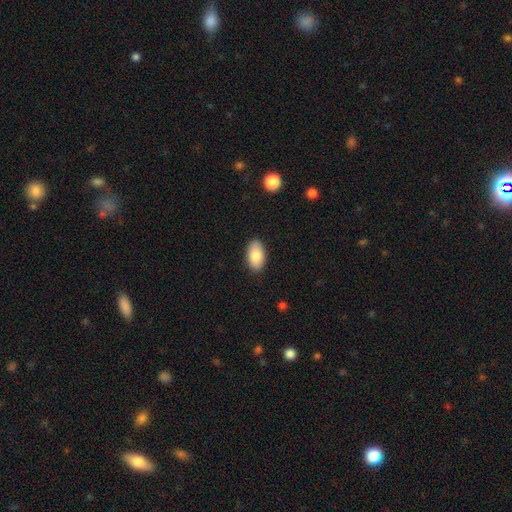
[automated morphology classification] Smooth or featured?
  - smooth: 85% *
  - featured or disk: 8%
  - star or artifact: 6%
How rounded?
  - in between: 95% *
  - round: 3%
  - cigar-shaped: 2%
Merging?
  - none: 88% *
  - minor disturbance: 9%
  - major disturbance: 2%
  - merger: 1%